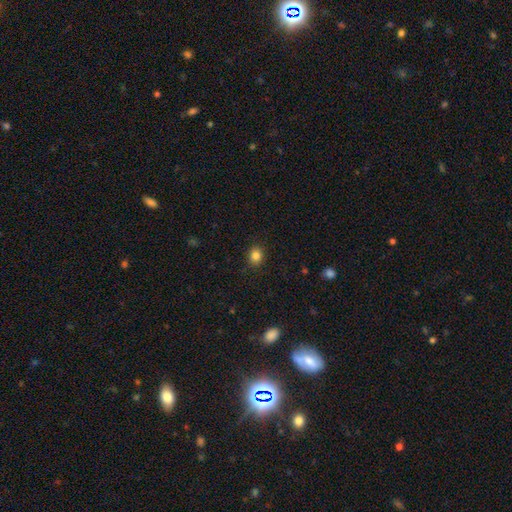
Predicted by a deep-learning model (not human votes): smooth 85%, star or artifact 11%, featured or disk 4%. Down the decision tree: how rounded — round (69%); merging — none (89%).